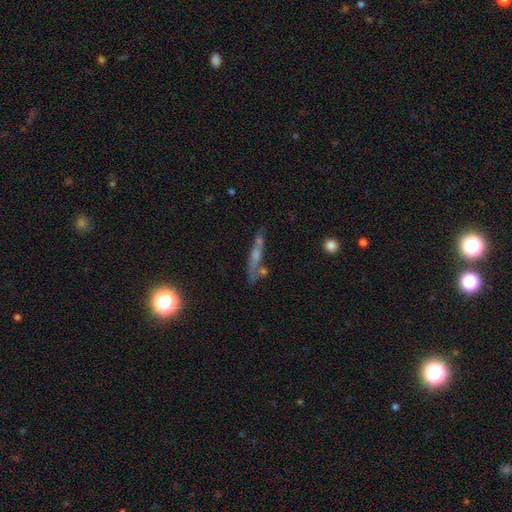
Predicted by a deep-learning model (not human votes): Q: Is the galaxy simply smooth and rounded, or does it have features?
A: featured or disk — 48%.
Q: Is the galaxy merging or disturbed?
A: none — 60%.